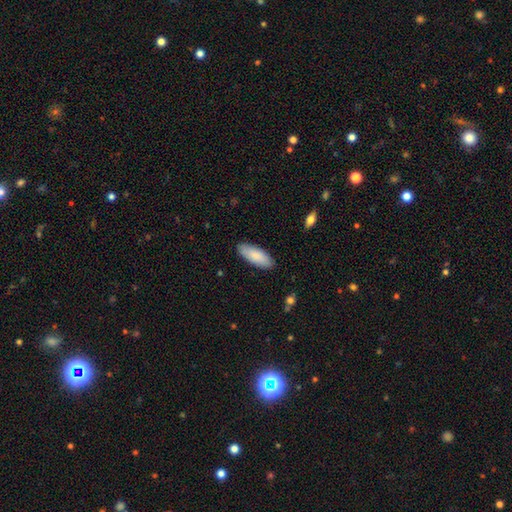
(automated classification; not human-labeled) Morphology: type=smooth (84%); roundness=in between (77%); merging=none (88%).